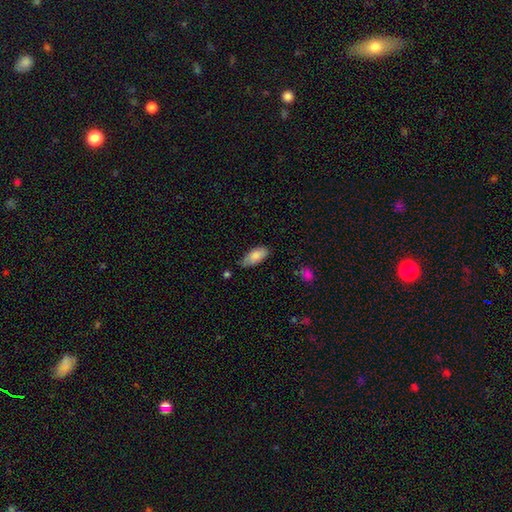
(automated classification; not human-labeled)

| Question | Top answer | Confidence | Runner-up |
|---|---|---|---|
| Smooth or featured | smooth | 84% | featured or disk (10%) |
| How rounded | in between | 88% | cigar-shaped (10%) |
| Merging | none | 67% | minor disturbance (26%) |